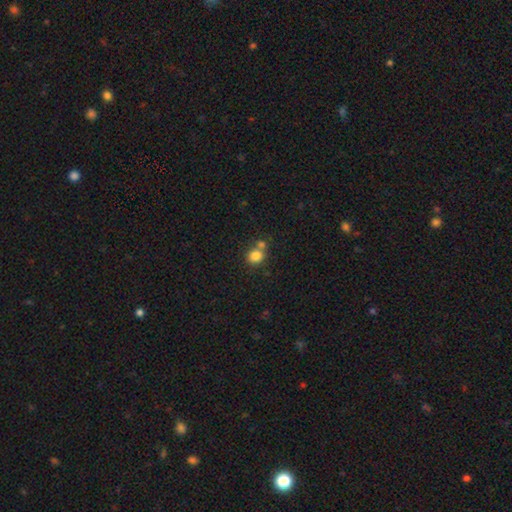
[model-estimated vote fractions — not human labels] This is clearly a smooth galaxy (82%). How rounded: clearly round (82%). Merging: possibly none (55%).